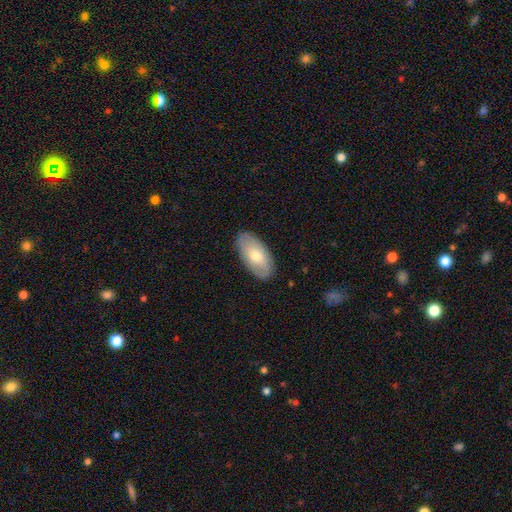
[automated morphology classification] This is possibly a smooth galaxy (60%). How rounded: clearly in between (94%). Merging: clearly none (84%).